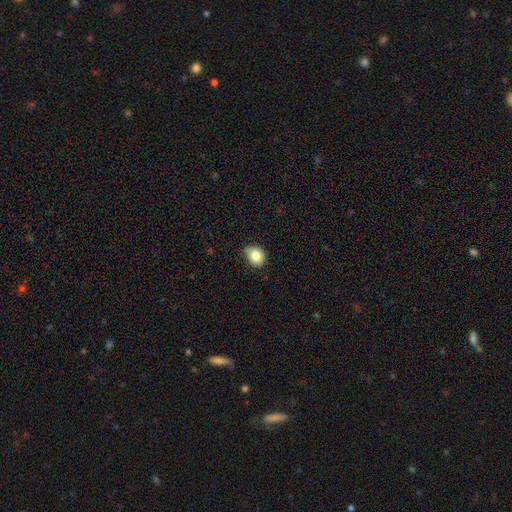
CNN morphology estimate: Q: Smooth or featured?
A: smooth (83%); runner-up: star or artifact (10%)
Q: How rounded?
A: round (58%); runner-up: in between (41%)
Q: Merging?
A: none (74%); runner-up: minor disturbance (21%)